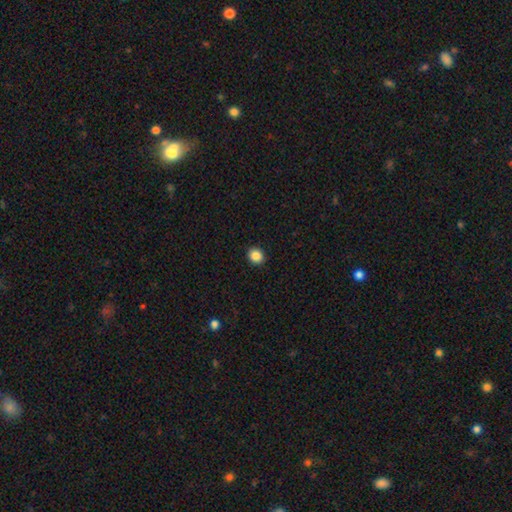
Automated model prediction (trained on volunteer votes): smooth_or_featured: smooth (p=0.87) [alt: star or artifact p=0.10]
how_rounded: round (p=0.72) [alt: in between p=0.27]
merging: none (p=0.92) [alt: minor disturbance p=0.05]